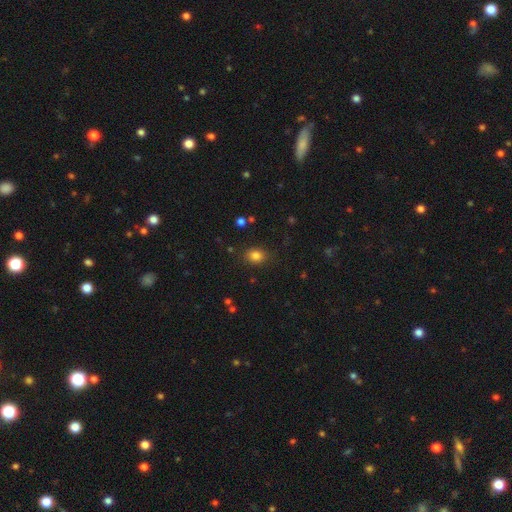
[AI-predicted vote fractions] Smooth or featured? smooth (82%)
How rounded? in between (54%)
Merging? none (84%)